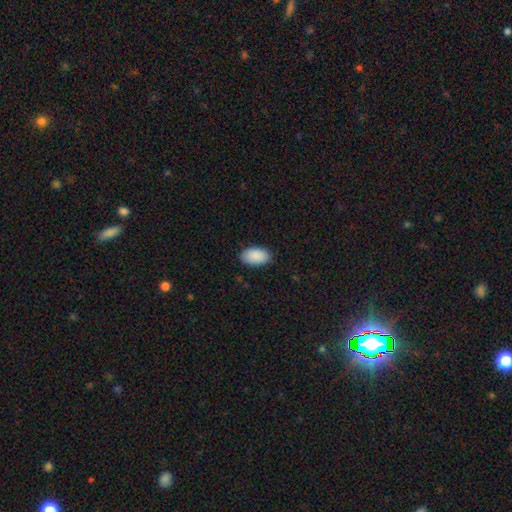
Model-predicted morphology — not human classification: This appears to be a smooth galaxy with no disk features (91%) that is in between round and cigar-shaped (95%). Merging: none (88%).